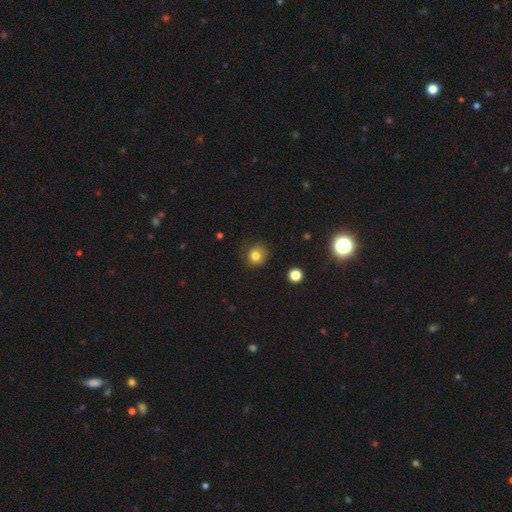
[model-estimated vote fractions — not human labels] Smooth or featured: smooth — 80% (star or artifact — 13%)
How rounded: round — 85% (in between — 14%)
Merging: none — 78% (minor disturbance — 16%)